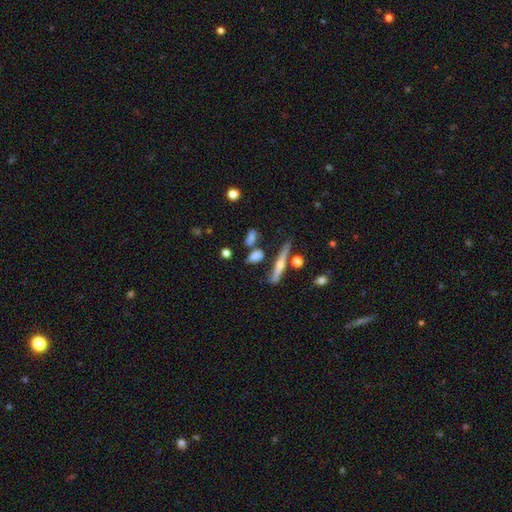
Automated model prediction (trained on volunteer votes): Smooth or featured? Predicted: smooth (p=0.55). How rounded? Predicted: in between (p=0.46). Merging? Predicted: none (p=0.62).